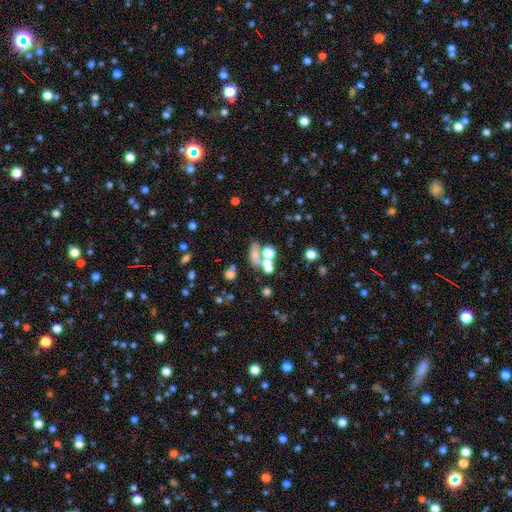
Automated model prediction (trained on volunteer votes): Overall: smooth (52%; featured or disk 25%). How rounded: in between (53%; round 36%). Merging: merger (41%; none 37%).